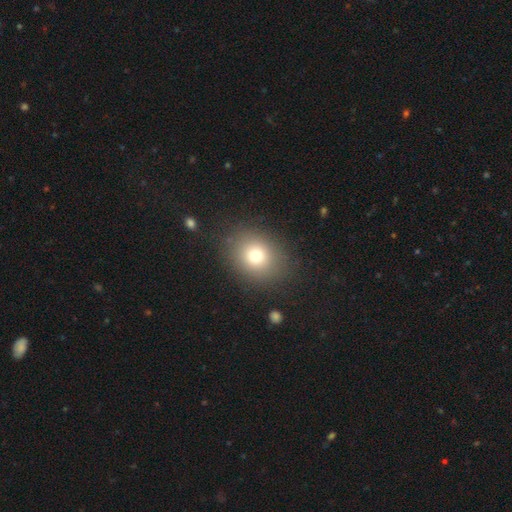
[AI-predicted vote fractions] A smooth galaxy with no disk features (75%) that is round (59%).

Vote fractions:
- Smooth or featured? smooth: 75% / star or artifact: 14% / featured or disk: 12%
- How rounded? round: 59% / in between: 40% / cigar-shaped: 1%
- Merging? none: 84% / minor disturbance: 9% / major disturbance: 5% / merger: 2%